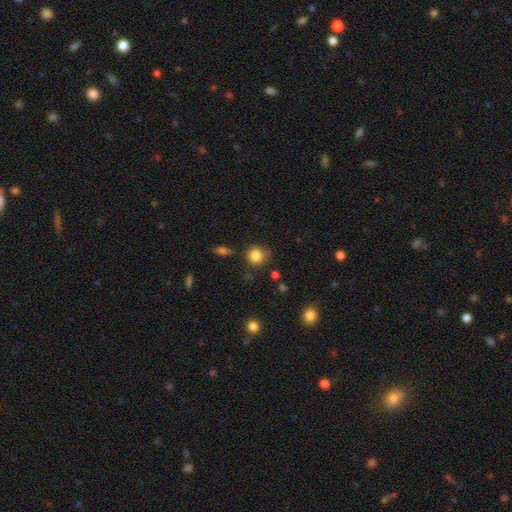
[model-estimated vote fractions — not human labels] Smooth or featured? Predicted: smooth (p=0.83). How rounded? Predicted: round (p=0.87). Merging? Predicted: none (p=0.72).